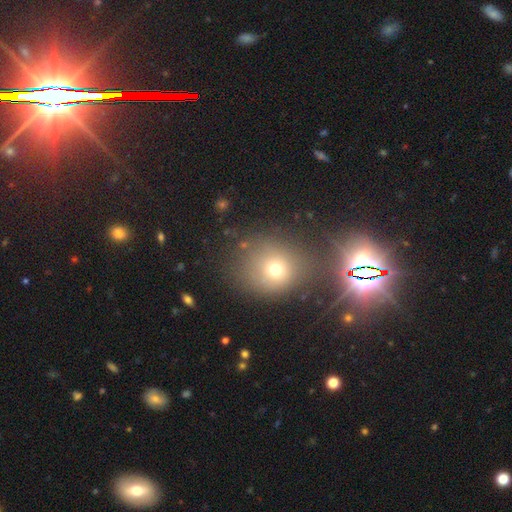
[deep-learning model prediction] This appears to be a smooth galaxy with no disk features (46%). Merging: none (77%).